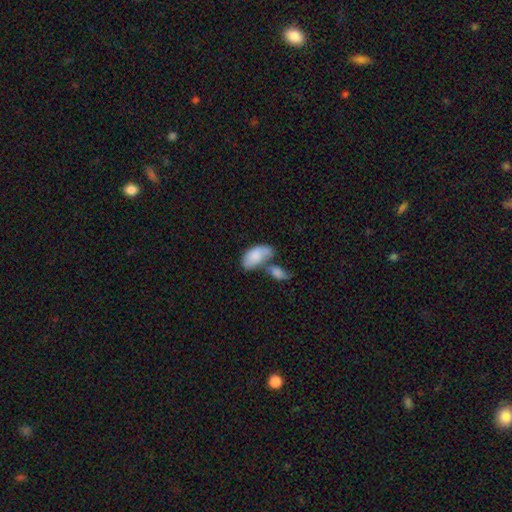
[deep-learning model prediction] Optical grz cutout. It shows a smooth galaxy with no disk features (78%) that is in between round and cigar-shaped (94%). Merging: merger (52%).